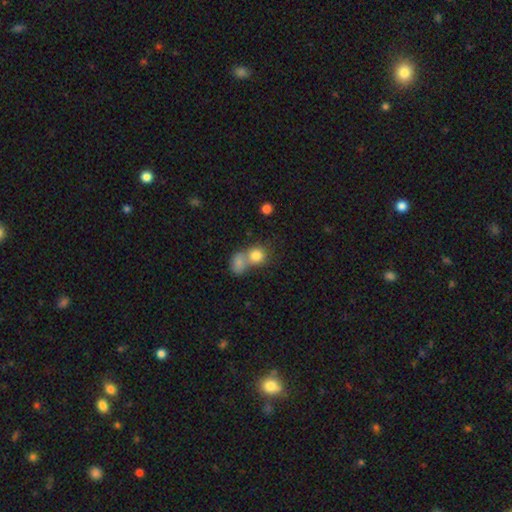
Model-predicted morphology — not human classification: Smooth or featured? smooth (81%)
How rounded? round (76%)
Merging? merger (57%)